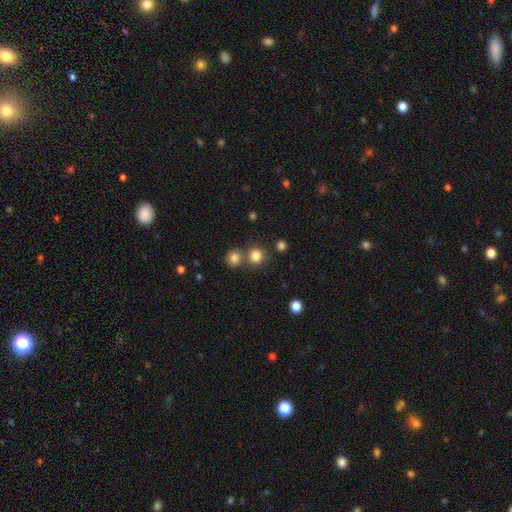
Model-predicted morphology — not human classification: smooth_or_featured: smooth (p=0.82) [alt: star or artifact p=0.12]
how_rounded: round (p=0.84) [alt: in between p=0.15]
merging: none (p=0.66) [alt: merger p=0.23]